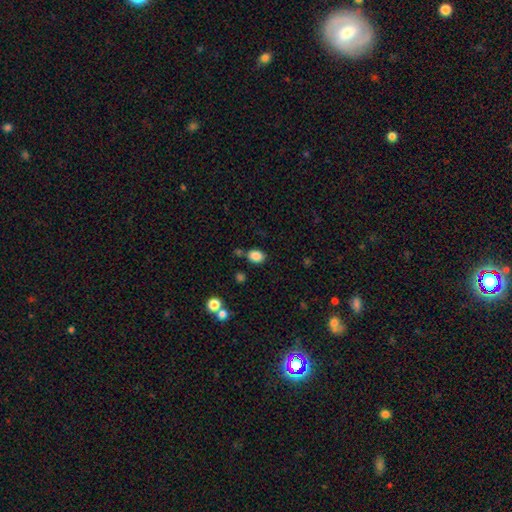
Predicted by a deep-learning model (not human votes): This appears to be a smooth galaxy with no disk features (86%) that is in between round and cigar-shaped (70%). Merging: none (76%).